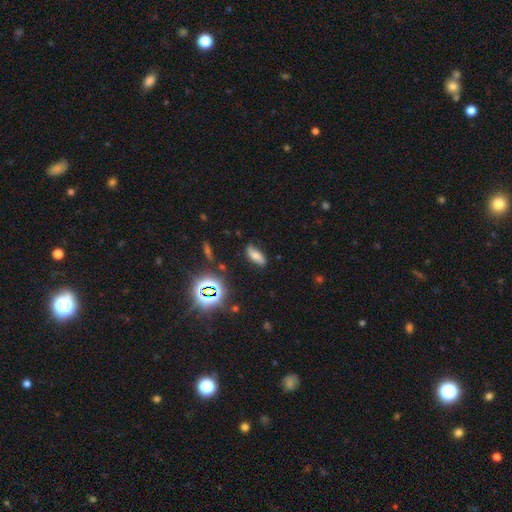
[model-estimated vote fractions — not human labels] A smooth galaxy with no disk features (62%) that is in between round and cigar-shaped (74%). Merging: none (76%).